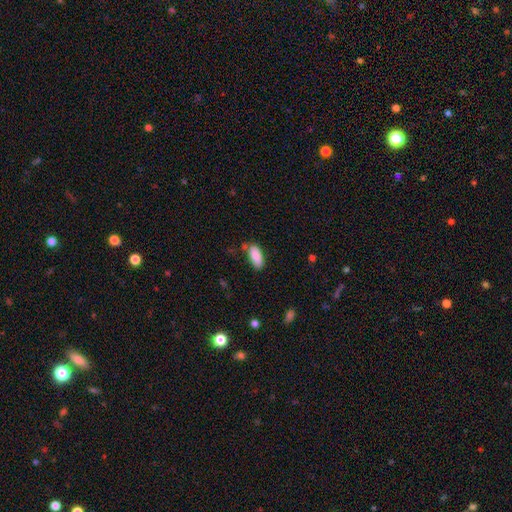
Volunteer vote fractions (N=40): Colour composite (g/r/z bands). It shows a smooth galaxy with no disk features (88%) that is in between round and cigar-shaped (80%). Merging: none (78%).